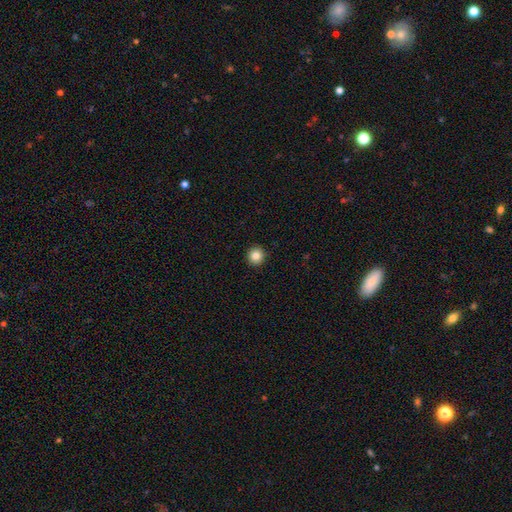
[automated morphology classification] The model was most divided on "smooth or featured": smooth: 84%, star or artifact: 10%, featured or disk: 6%. More confident: how rounded — round (94%); merging — none (94%).